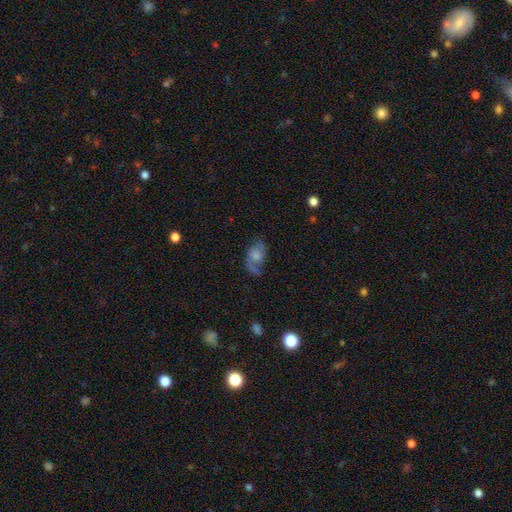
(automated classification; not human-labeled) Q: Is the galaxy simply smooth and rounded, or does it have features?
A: featured or disk — 59%.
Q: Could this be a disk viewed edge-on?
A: no — 96%.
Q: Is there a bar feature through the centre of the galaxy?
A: no — 70%.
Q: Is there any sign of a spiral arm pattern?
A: yes — 85%.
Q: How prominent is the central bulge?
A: moderate — 37%.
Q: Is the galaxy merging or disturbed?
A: none — 49%.